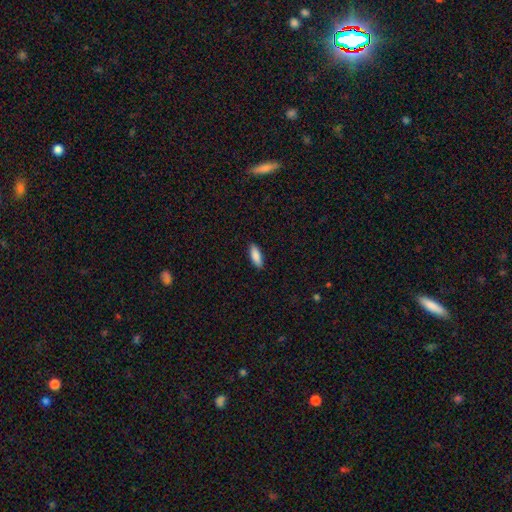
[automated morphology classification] Smooth or featured: smooth — 88% (featured or disk — 6%)
How rounded: in between — 69% (cigar-shaped — 30%)
Merging: none — 89% (minor disturbance — 8%)